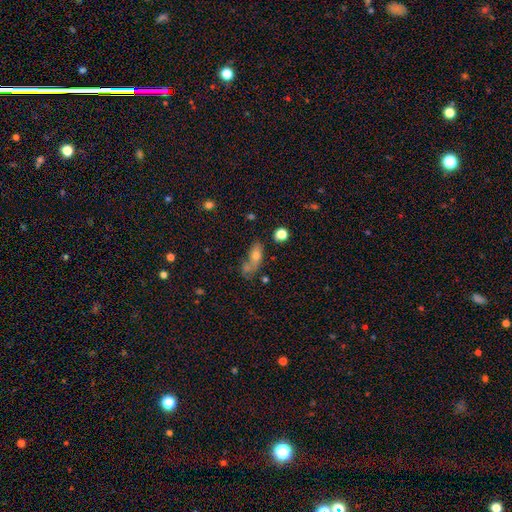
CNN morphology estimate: Smooth or featured?
  - smooth: 66% *
  - featured or disk: 21%
  - star or artifact: 13%
How rounded?
  - in between: 73% *
  - cigar-shaped: 17%
  - round: 10%
Merging?
  - none: 38% *
  - merger: 27%
  - minor disturbance: 20%
  - major disturbance: 15%